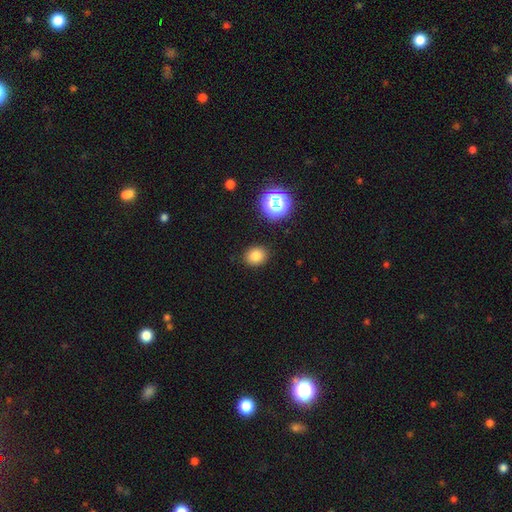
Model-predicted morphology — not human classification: Smooth or featured? smooth (81%)
How rounded? round (63%)
Merging? none (88%)